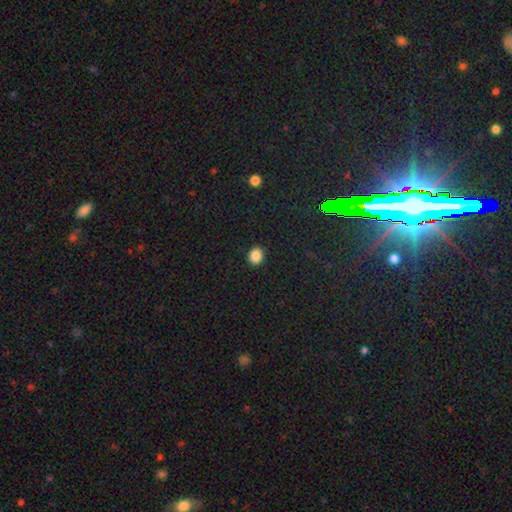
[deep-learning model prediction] Smooth or featured?
  - smooth: 87% *
  - star or artifact: 10%
  - featured or disk: 3%
How rounded?
  - round: 65% *
  - in between: 34%
  - cigar-shaped: 1%
Merging?
  - none: 91% *
  - minor disturbance: 6%
  - major disturbance: 2%
  - merger: 1%